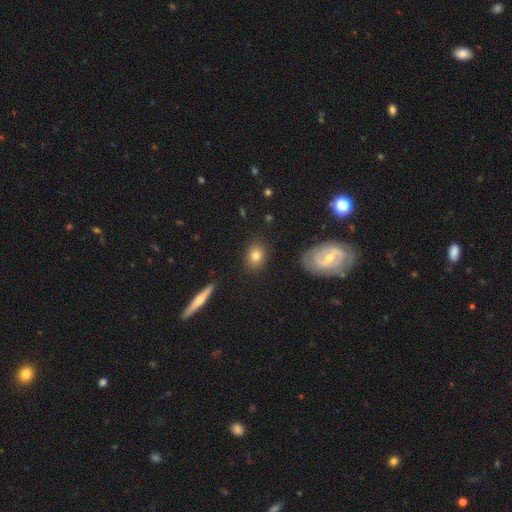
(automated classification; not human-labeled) The model was most divided on "how rounded": in between: 53%, round: 44%, cigar-shaped: 3%. More confident: merging — none (86%); smooth or featured — smooth (78%).